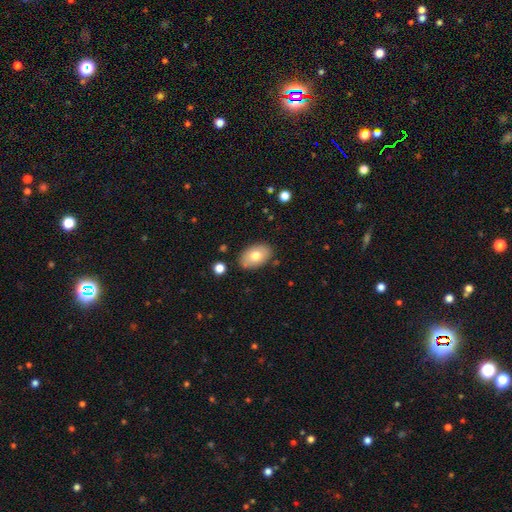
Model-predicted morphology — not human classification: Smooth or featured? Predicted: smooth (p=0.73). How rounded? Predicted: in between (p=0.88). Merging? Predicted: none (p=0.83).